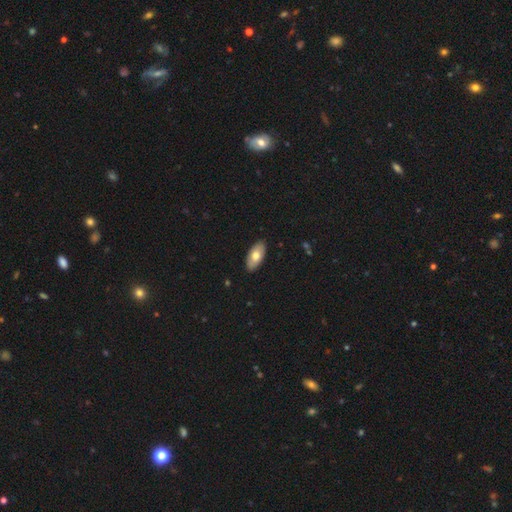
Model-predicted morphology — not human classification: A smooth galaxy with no disk features (69%) that is in between round and cigar-shaped (93%).

Vote fractions:
- Smooth or featured? smooth: 69% / featured or disk: 26% / star or artifact: 5%
- How rounded? in between: 93% / cigar-shaped: 5% / round: 2%
- Merging? none: 89% / minor disturbance: 8% / major disturbance: 2% / merger: 1%